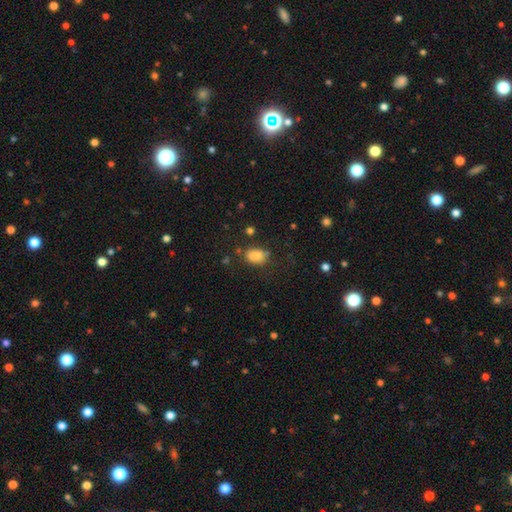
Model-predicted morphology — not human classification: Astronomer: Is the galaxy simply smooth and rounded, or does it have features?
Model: smooth — 82%.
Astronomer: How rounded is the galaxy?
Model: in between — 81%.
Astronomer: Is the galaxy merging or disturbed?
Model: none — 63%.